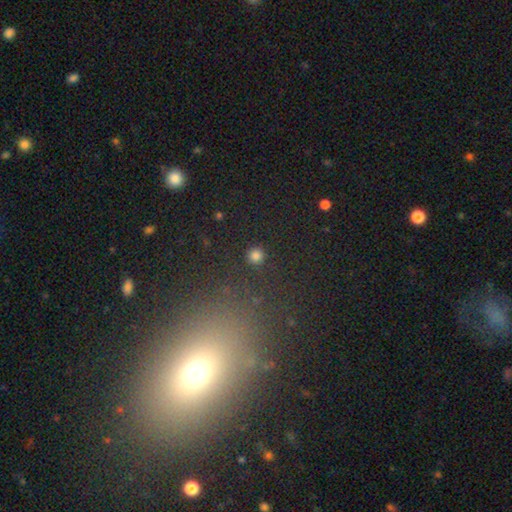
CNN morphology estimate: A smooth galaxy with no disk features (81%) that is round (95%). Merging: none (90%).